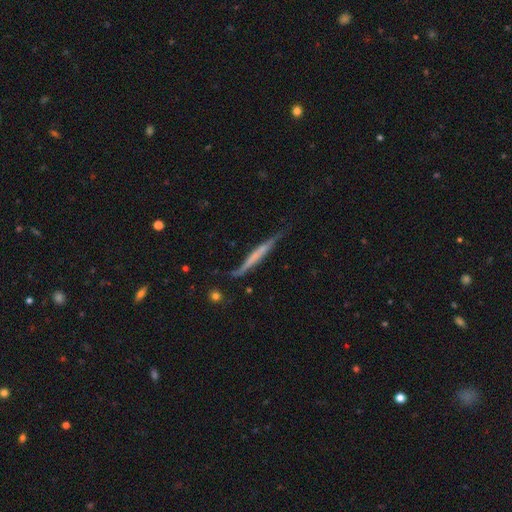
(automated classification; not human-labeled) Morphology: type=featured or disk (53%); edge-on=yes (91%); merging=none (64%).